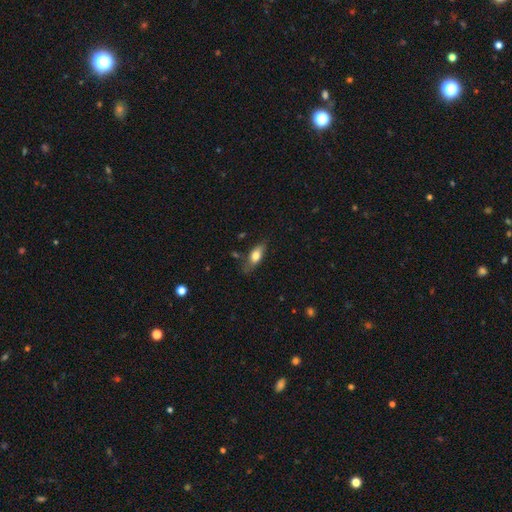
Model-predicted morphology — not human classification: Smooth or featured?
  - smooth: 72% *
  - featured or disk: 21%
  - star or artifact: 7%
How rounded?
  - in between: 78% *
  - cigar-shaped: 18%
  - round: 4%
Merging?
  - none: 68% *
  - minor disturbance: 23%
  - major disturbance: 6%
  - merger: 3%